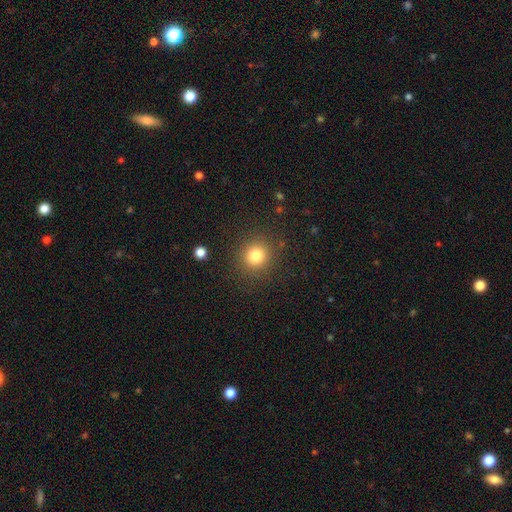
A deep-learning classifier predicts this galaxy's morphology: smooth 81%, star or artifact 12%, featured or disk 7%. Down the decision tree: how rounded — round (90%); merging — none (88%).